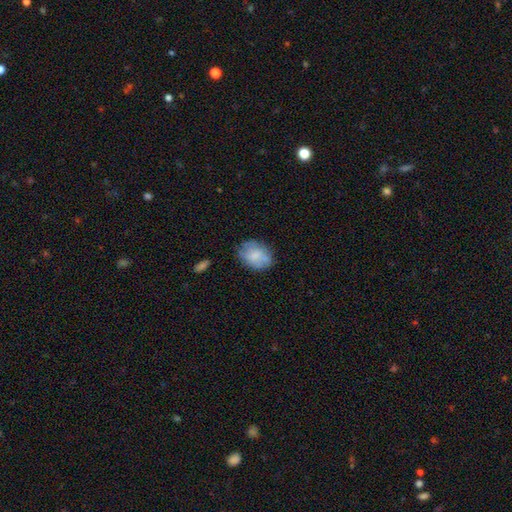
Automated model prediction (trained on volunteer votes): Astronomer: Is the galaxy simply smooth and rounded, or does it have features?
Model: smooth — 72%.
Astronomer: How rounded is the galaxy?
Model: in between — 69%.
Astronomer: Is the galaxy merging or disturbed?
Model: none — 65%.